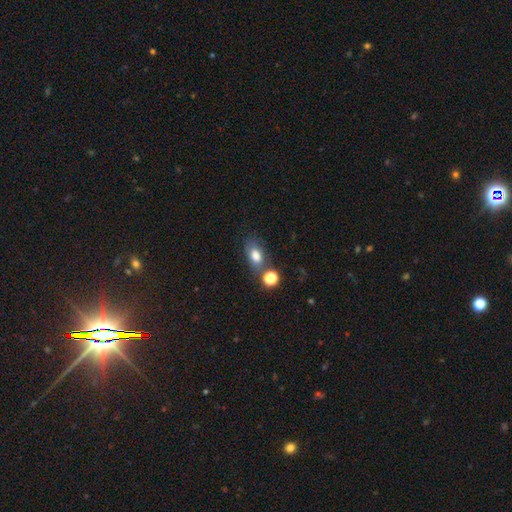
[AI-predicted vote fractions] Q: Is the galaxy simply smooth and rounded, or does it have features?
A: smooth — 78%.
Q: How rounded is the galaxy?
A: in between — 78%.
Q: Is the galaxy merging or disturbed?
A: none — 58%.